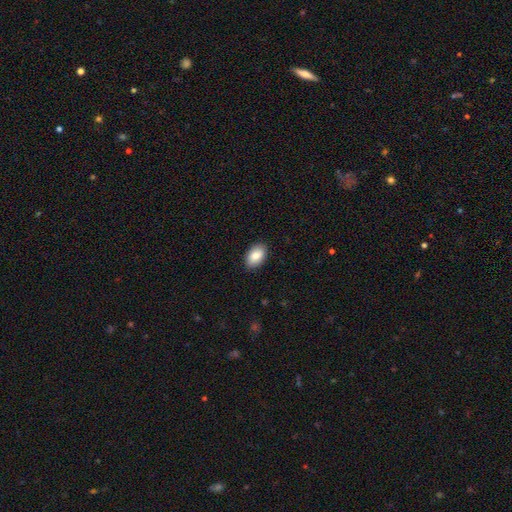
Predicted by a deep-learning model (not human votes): Smooth or featured: smooth — 85% (featured or disk — 8%)
How rounded: in between — 92% (round — 7%)
Merging: none — 88% (minor disturbance — 9%)